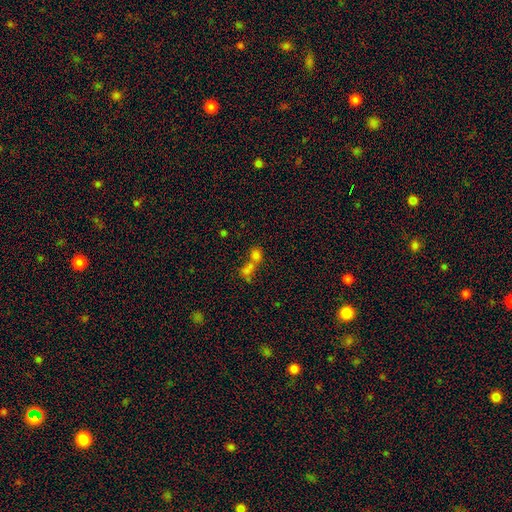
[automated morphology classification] Smooth or featured? smooth (69%)
How rounded? in between (50%)
Merging? merger (67%)